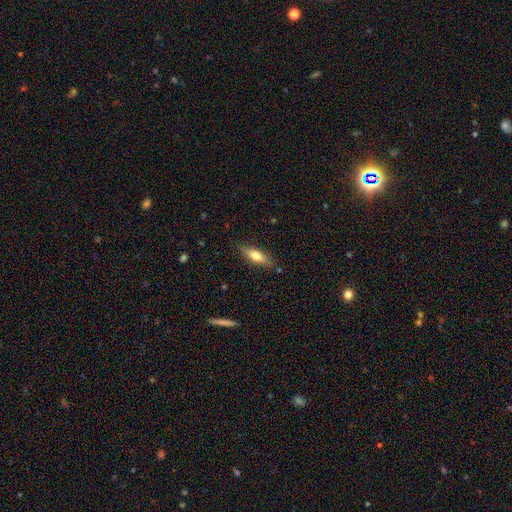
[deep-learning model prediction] Smooth or featured? smooth (63%)
How rounded? cigar-shaped (49%, tied with in between)
Merging? none (84%)